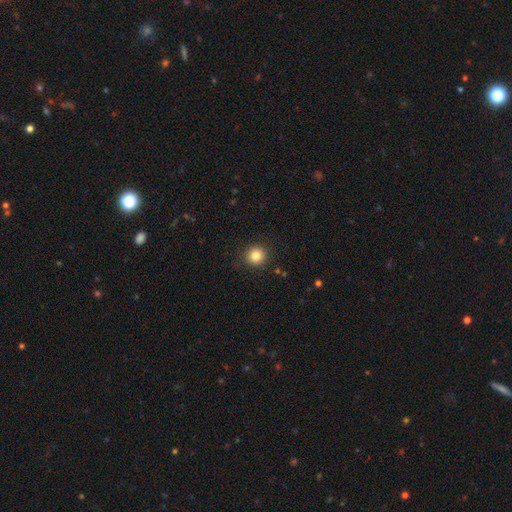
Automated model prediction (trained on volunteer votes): Morphology: type=smooth (85%); roundness=round (93%); merging=none (89%).